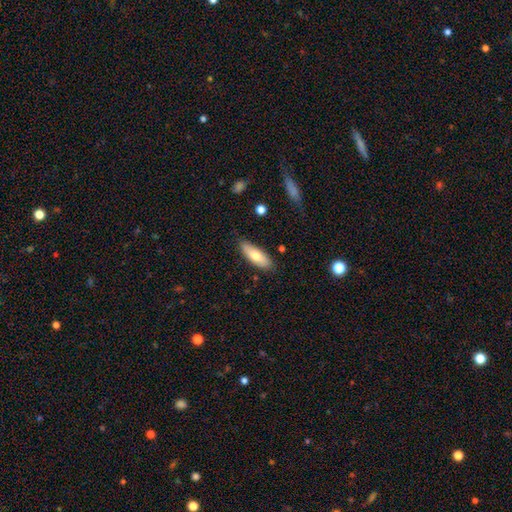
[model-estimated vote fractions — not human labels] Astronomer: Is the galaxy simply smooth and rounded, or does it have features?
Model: smooth — 70%.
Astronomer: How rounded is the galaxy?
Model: in between — 65%.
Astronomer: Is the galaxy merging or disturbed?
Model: none — 82%.